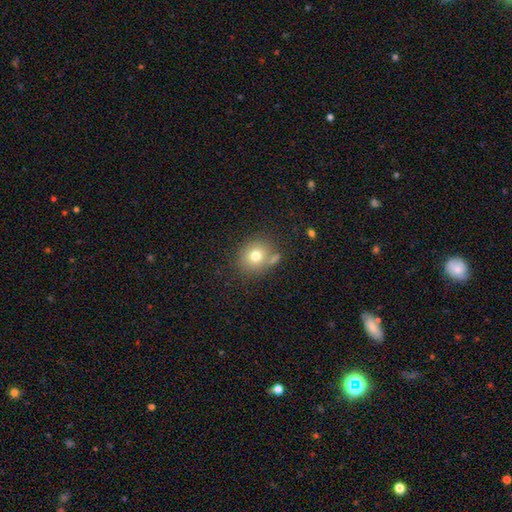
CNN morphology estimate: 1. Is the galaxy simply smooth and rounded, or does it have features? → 74% smooth, 13% featured or disk, 13% star or artifact.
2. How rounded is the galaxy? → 78% round, 21% in between, 1% cigar-shaped.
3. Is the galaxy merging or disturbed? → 68% none, 14% minor disturbance, 13% merger, 5% major disturbance.